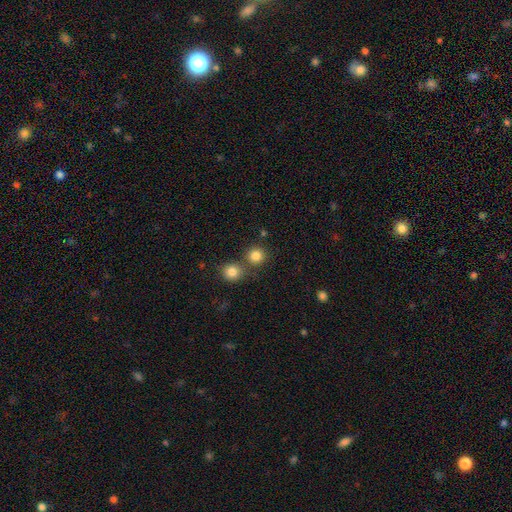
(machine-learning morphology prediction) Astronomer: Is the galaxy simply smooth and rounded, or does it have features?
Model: smooth — 83%.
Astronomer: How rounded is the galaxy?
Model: round — 91%.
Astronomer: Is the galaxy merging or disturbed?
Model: none — 68%.